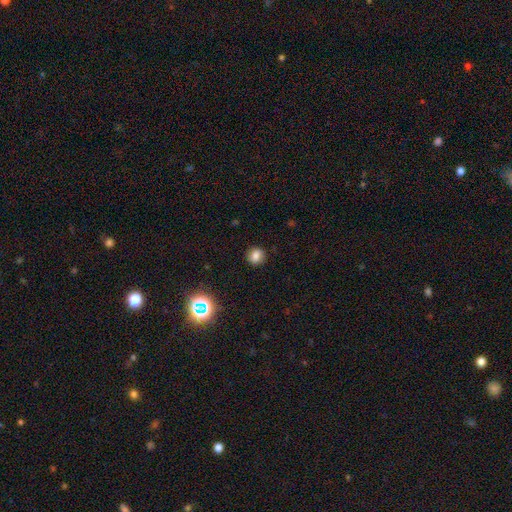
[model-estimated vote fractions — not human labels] Morphology: type=smooth (75%); roundness=round (80%); merging=none (88%).